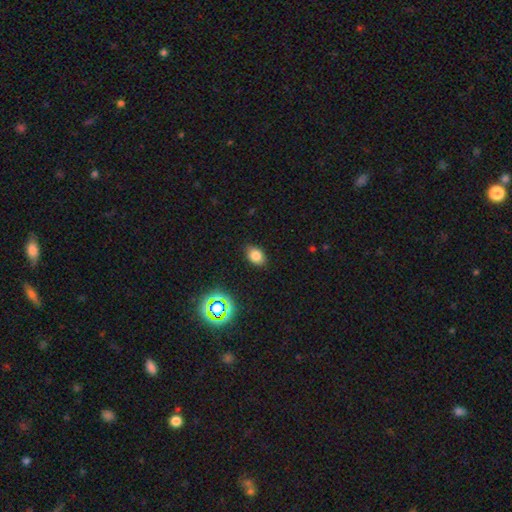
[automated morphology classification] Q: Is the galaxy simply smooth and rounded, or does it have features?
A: smooth — 79%.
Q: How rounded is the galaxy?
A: in between — 81%.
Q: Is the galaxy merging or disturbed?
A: none — 86%.